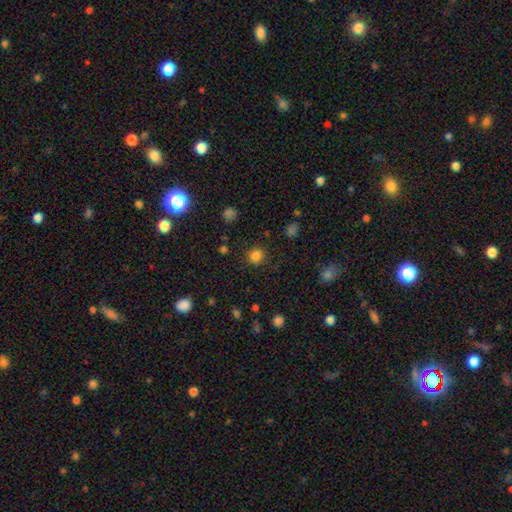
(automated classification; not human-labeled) Q: Smooth or featured?
A: smooth (83%); runner-up: star or artifact (14%)
Q: How rounded?
A: round (85%); runner-up: in between (14%)
Q: Merging?
A: none (87%); runner-up: minor disturbance (9%)